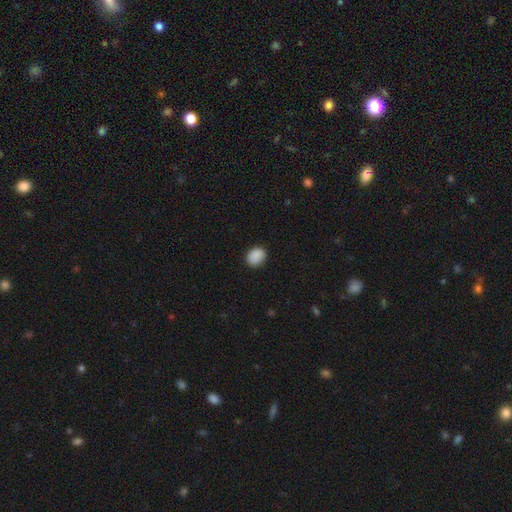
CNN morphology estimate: smooth_or_featured: smooth (p=0.89) [alt: star or artifact p=0.08]
how_rounded: round (p=0.52) [alt: in between p=0.47]
merging: none (p=0.86) [alt: minor disturbance p=0.10]